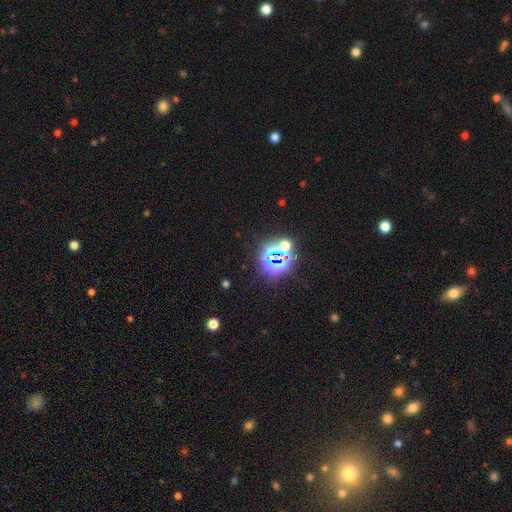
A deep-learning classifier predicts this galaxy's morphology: This appears to be a star or artifact, not a galaxy (82%).